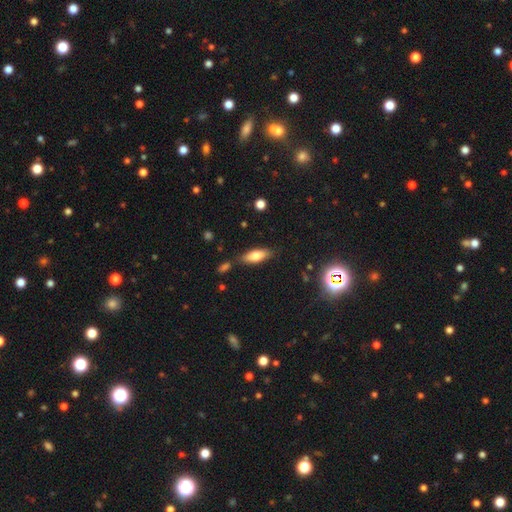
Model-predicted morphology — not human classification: type=smooth (73%); roundness=in between (67%); merging=none (79%).